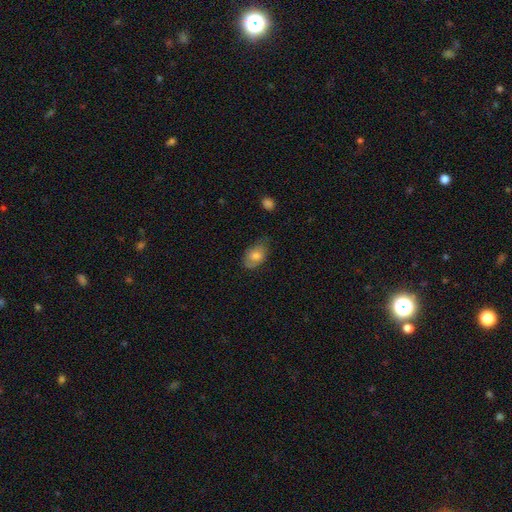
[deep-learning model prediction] Overall: smooth (73%). How rounded: in between (86%). Merging: none (58%; minor disturbance 32%).